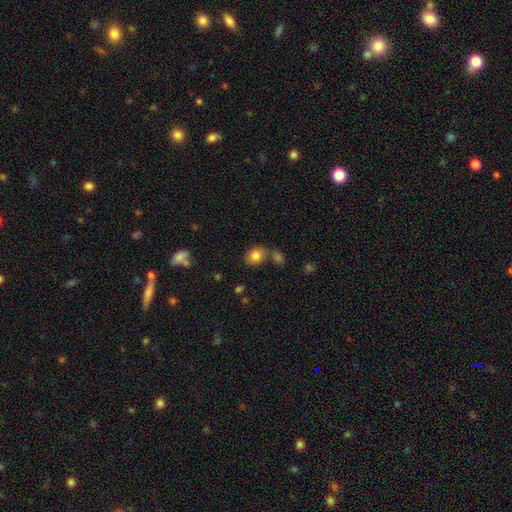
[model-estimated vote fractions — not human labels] smooth_or_featured: smooth (p=0.83) [alt: star or artifact p=0.10]
how_rounded: round (p=0.51) [alt: in between p=0.48]
merging: none (p=0.69) [alt: minor disturbance p=0.14]